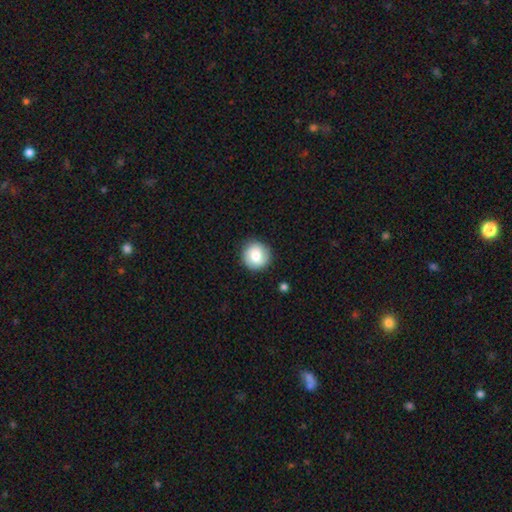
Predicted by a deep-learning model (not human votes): smooth-or-featured: smooth: 68% | featured or disk: 25% | star or artifact: 8%
  how-rounded: round: 93% | in between: 6% | cigar-shaped: 1%
  merging: none: 87% | minor disturbance: 9% | major disturbance: 2% | merger: 1%